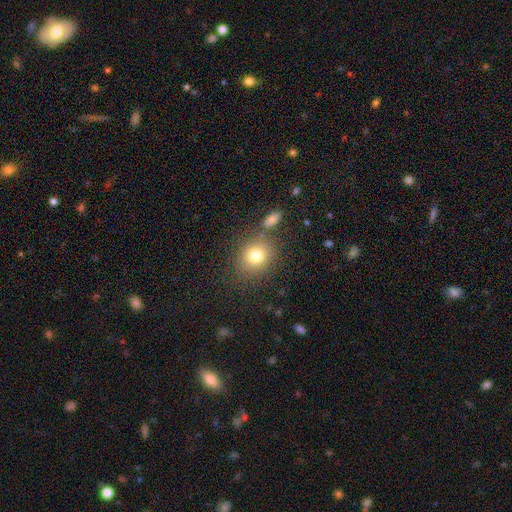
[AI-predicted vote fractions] Morphology: type=smooth (78%); roundness=round (71%); merging=none (74%).